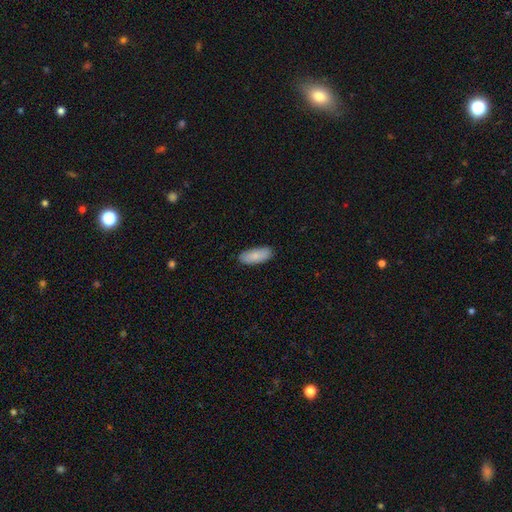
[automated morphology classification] Overall: smooth (85%). How rounded: in between (83%). Merging: none (86%).